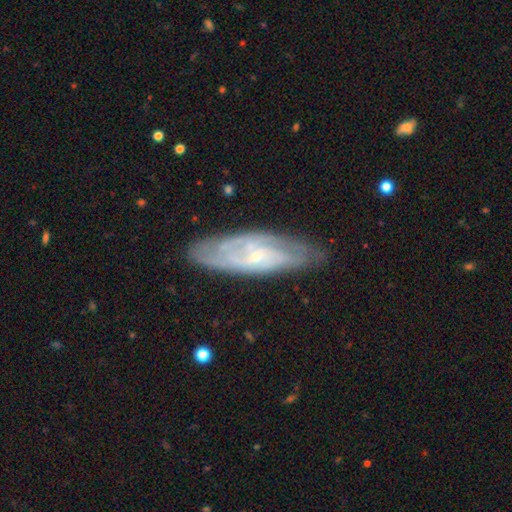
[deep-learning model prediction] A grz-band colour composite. It shows a featured or disk galaxy (76%) with no bar (51%), tight (49%) spiral arms (86%) and a small central bulge (76%). Merging: none (76%).